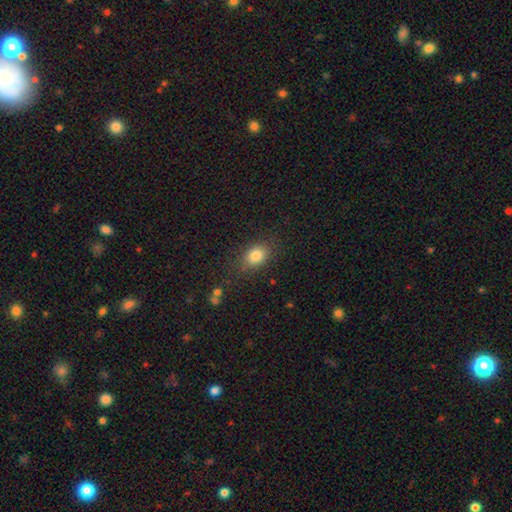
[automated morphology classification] smooth 82%, star or artifact 10%, featured or disk 8%. Down the decision tree: how rounded — in between (71%); merging — none (80%).